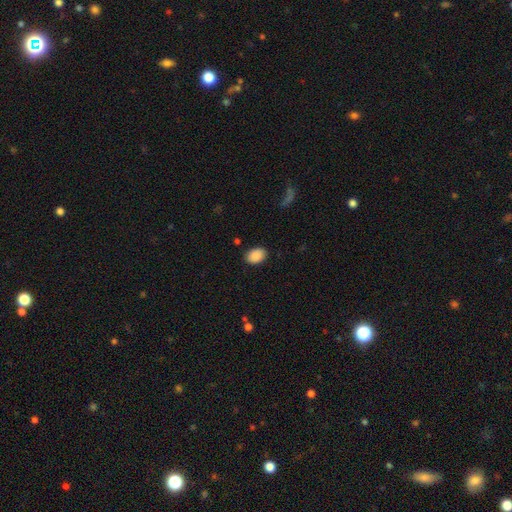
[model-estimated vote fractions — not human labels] smooth 89%, star or artifact 7%, featured or disk 3%. Down the decision tree: how rounded — in between (77%); merging — none (86%).